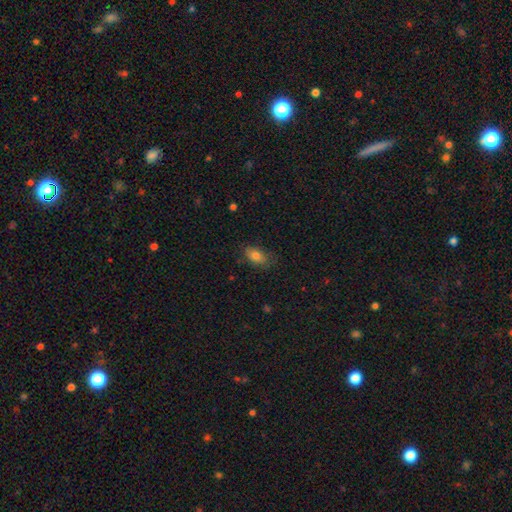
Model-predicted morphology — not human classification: This appears to be a smooth galaxy with no disk features (80%) that is in between round and cigar-shaped (88%). Merging: none (72%).